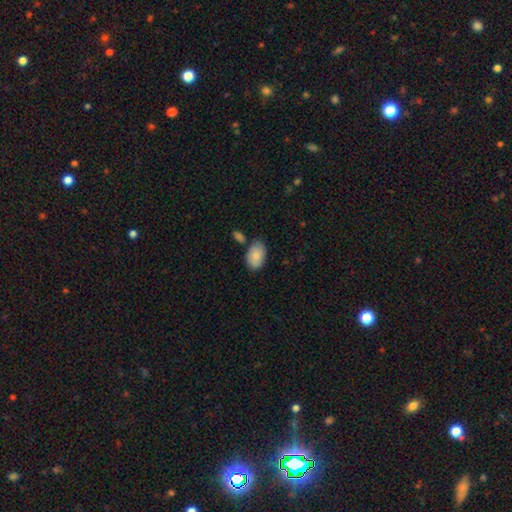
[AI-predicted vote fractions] smooth_or_featured: smooth (p=0.86) [alt: featured or disk p=0.08]
how_rounded: in between (p=0.91) [alt: round p=0.08]
merging: none (p=0.71) [alt: minor disturbance p=0.17]